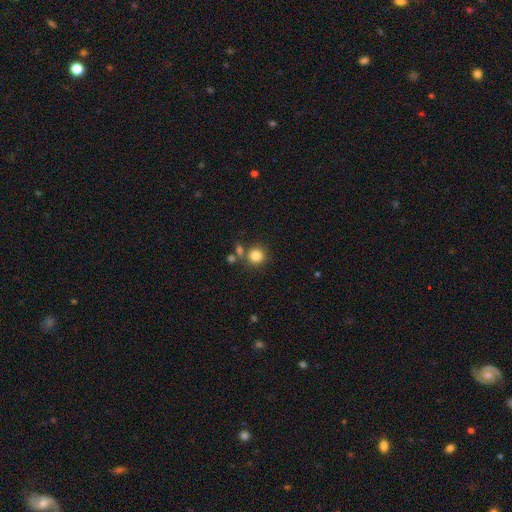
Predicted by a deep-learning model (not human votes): Smooth or featured?
  - smooth: 83% *
  - star or artifact: 11%
  - featured or disk: 6%
How rounded?
  - round: 90% *
  - in between: 9%
  - cigar-shaped: 1%
Merging?
  - none: 73% *
  - merger: 14%
  - minor disturbance: 10%
  - major disturbance: 4%